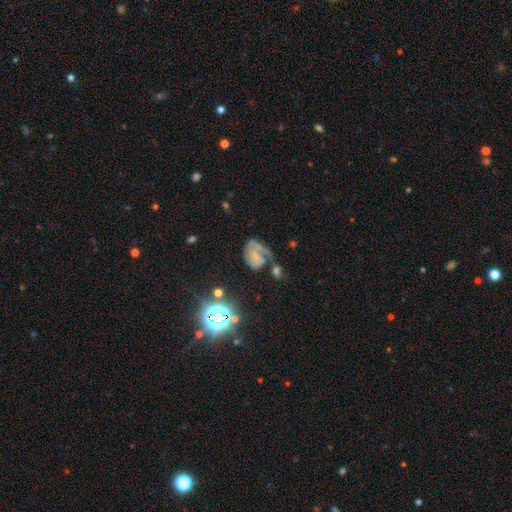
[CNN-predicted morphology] smooth-or-featured: featured or disk: 60% | smooth: 27% | star or artifact: 13%
  disk-edge-on: no: 98% | yes: 2%
    bar: no: 72% | weak: 22% | strong: 6%
    has-spiral-arms: yes: 73% | no: 27%
    bulge-size: small: 53% | none: 27% | moderate: 15% | large: 3% | dominant: 2%
  merging: major disturbance: 41% | none: 27% | minor disturbance: 21% | merger: 11%